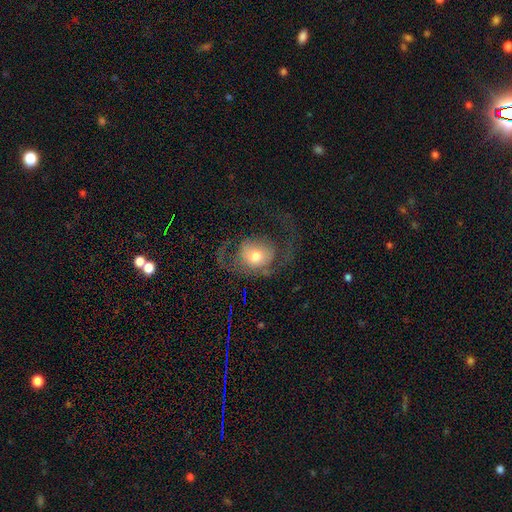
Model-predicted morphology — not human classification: smooth_or_featured: featured or disk (p=0.54) [alt: smooth p=0.38]
disk_edge_on: no (p=0.96) [alt: yes p=0.04]
bar: no (p=0.77) [alt: weak p=0.17]
has_spiral_arms: yes (p=0.66) [alt: no p=0.34]
bulge_size: moderate (p=0.62) [alt: small p=0.21]
merging: major disturbance (p=0.48) [alt: none p=0.35]